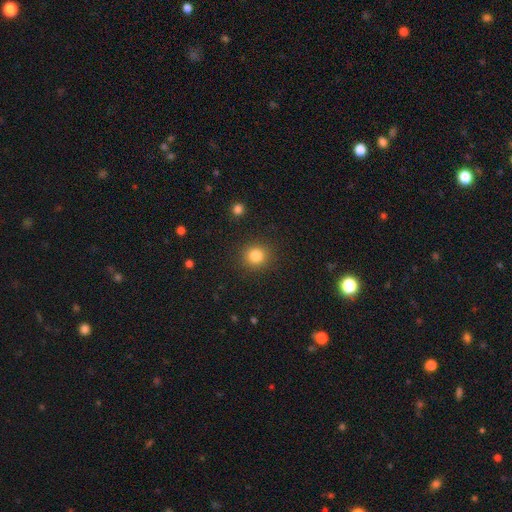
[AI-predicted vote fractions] smooth_or_featured: smooth (p=0.83) [alt: star or artifact p=0.12]
how_rounded: round (p=0.88) [alt: in between p=0.11]
merging: none (p=0.90) [alt: minor disturbance p=0.06]